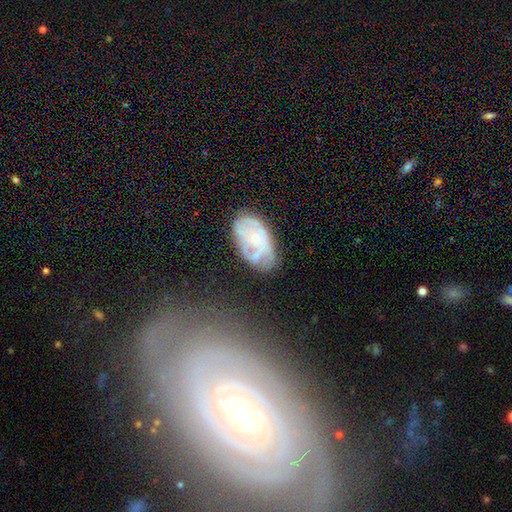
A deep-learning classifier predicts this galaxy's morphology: Overall: featured or disk (64%; smooth 27%). Edge-on disk: no (96%). Bar: no (83%). Spiral arms: yes (51%; no 49%). Bulge size: small (71%). Merging: none (47%; minor disturbance 28%).